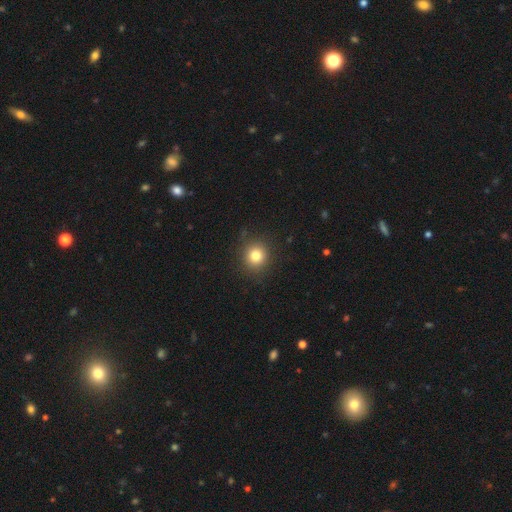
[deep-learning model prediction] smooth-or-featured: smooth: 81% | star or artifact: 12% | featured or disk: 7%
  how-rounded: round: 88% | in between: 11% | cigar-shaped: 1%
  merging: none: 88% | minor disturbance: 9% | major disturbance: 3% | merger: 1%